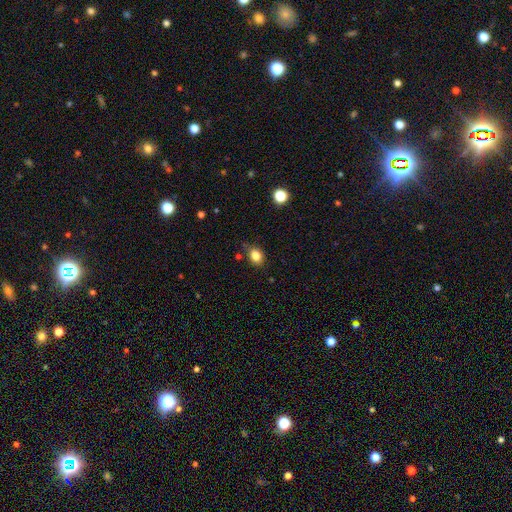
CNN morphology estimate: Smooth or featured: smooth — 83% (star or artifact — 11%)
How rounded: in between — 52% (round — 47%)
Merging: none — 77% (minor disturbance — 17%)